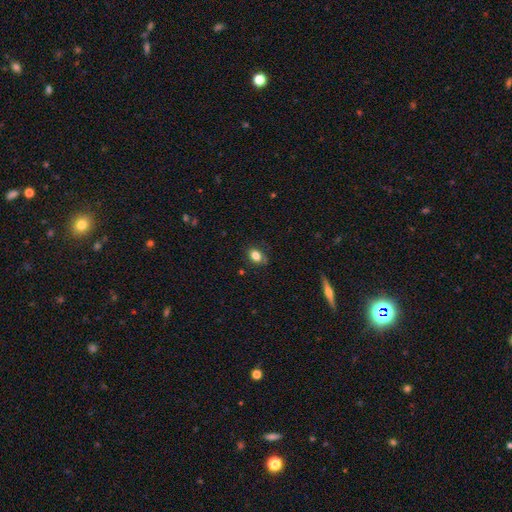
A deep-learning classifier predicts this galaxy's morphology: Smooth or featured?
  - smooth: 82% *
  - star or artifact: 10%
  - featured or disk: 8%
How rounded?
  - in between: 73% *
  - round: 25%
  - cigar-shaped: 2%
Merging?
  - none: 78% *
  - minor disturbance: 17%
  - major disturbance: 4%
  - merger: 2%